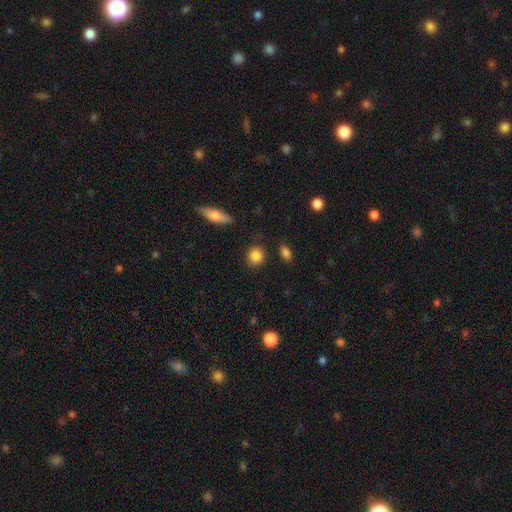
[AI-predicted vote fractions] A smooth galaxy with no disk features (87%) that is round (81%).

Vote fractions:
- Smooth or featured? smooth: 87% / star or artifact: 8% / featured or disk: 5%
- How rounded? round: 81% / in between: 17% / cigar-shaped: 2%
- Merging? none: 86% / minor disturbance: 8% / major disturbance: 3% / merger: 3%